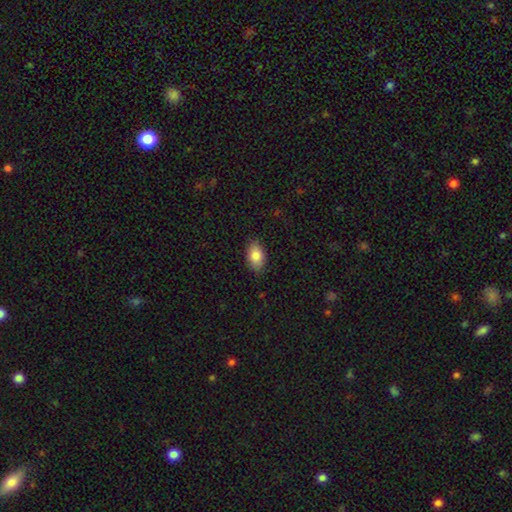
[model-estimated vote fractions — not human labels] smooth-or-featured: smooth: 84% | featured or disk: 9% | star or artifact: 7%
  how-rounded: in between: 91% | round: 7% | cigar-shaped: 2%
  merging: none: 86% | minor disturbance: 11% | major disturbance: 2% | merger: 1%